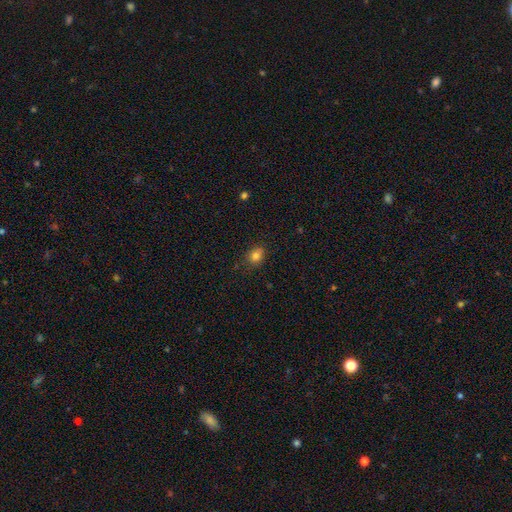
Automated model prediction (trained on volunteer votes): Overall: smooth (82%). How rounded: round (55%; in between 44%). Merging: none (77%).